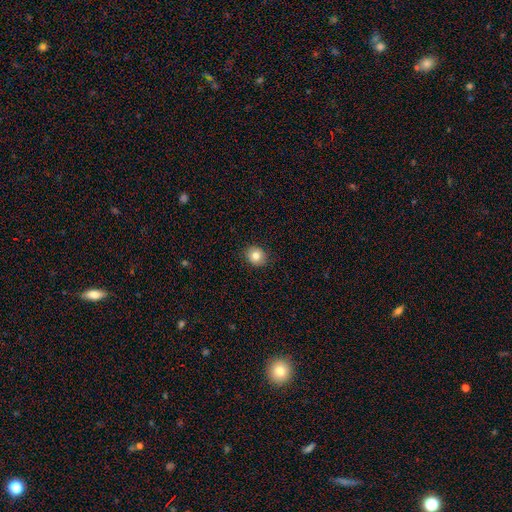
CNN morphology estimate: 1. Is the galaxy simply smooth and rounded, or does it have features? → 81% smooth, 10% star or artifact, 8% featured or disk.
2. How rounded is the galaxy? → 78% round, 21% in between, 1% cigar-shaped.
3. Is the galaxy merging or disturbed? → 89% none, 8% minor disturbance, 2% major disturbance, 1% merger.